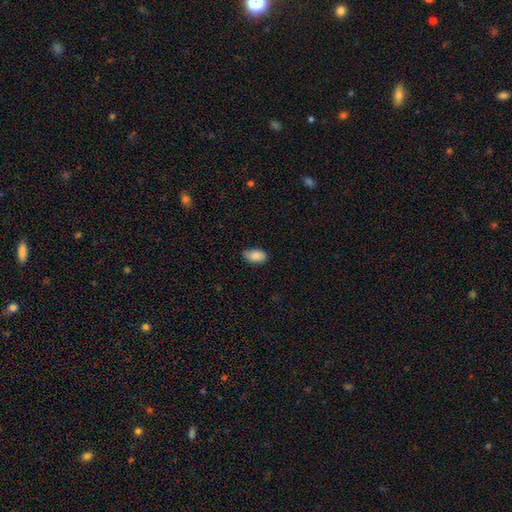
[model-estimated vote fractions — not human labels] smooth 88%, star or artifact 7%, featured or disk 6%. Down the decision tree: how rounded — in between (94%); merging — none (80%).